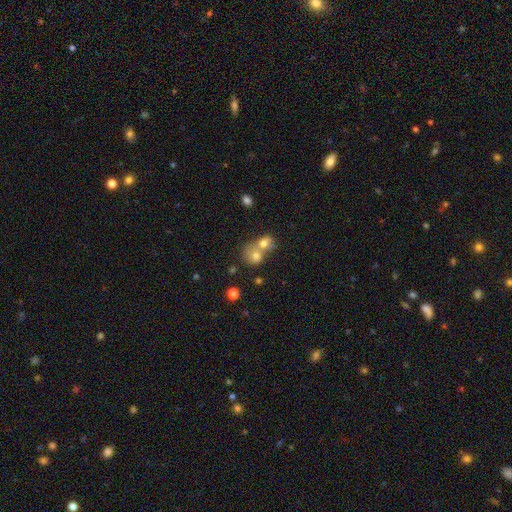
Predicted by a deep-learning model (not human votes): smooth_or_featured: smooth (p=0.71) [alt: featured or disk p=0.18]
how_rounded: round (p=0.66) [alt: in between p=0.33]
merging: merger (p=0.69) [alt: none p=0.22]